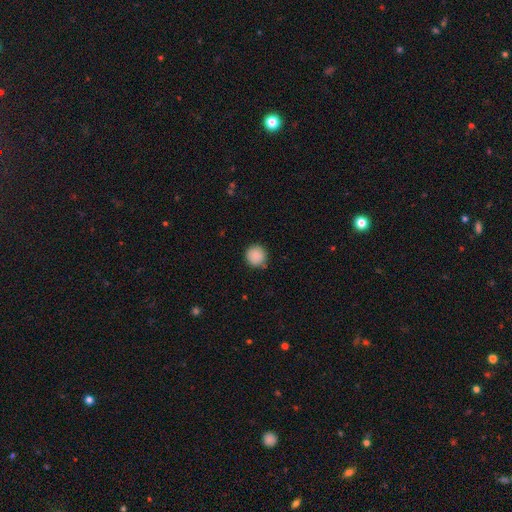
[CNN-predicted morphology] smooth_or_featured: smooth (p=0.89) [alt: star or artifact p=0.08]
how_rounded: round (p=0.94) [alt: in between p=0.05]
merging: none (p=0.86) [alt: minor disturbance p=0.10]